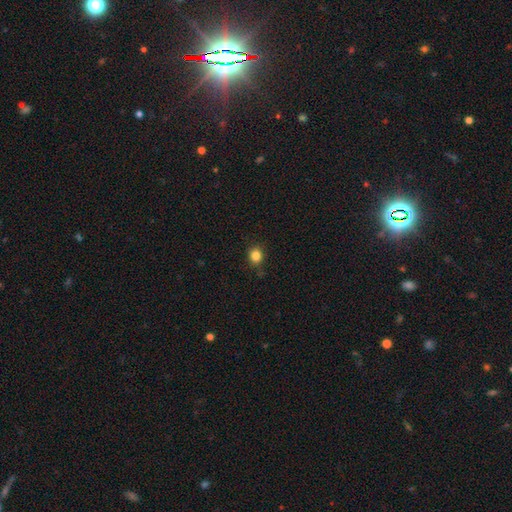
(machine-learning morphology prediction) smooth 84%, star or artifact 12%, featured or disk 4%. Down the decision tree: how rounded — round (77%); merging — none (86%).